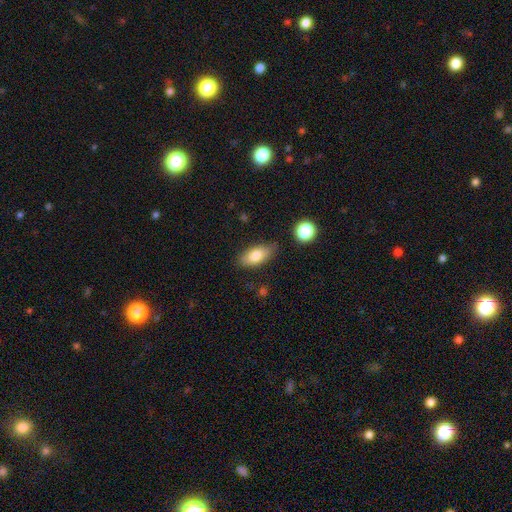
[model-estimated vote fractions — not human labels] Morphology: type=smooth (79%); roundness=in between (86%); merging=none (80%).